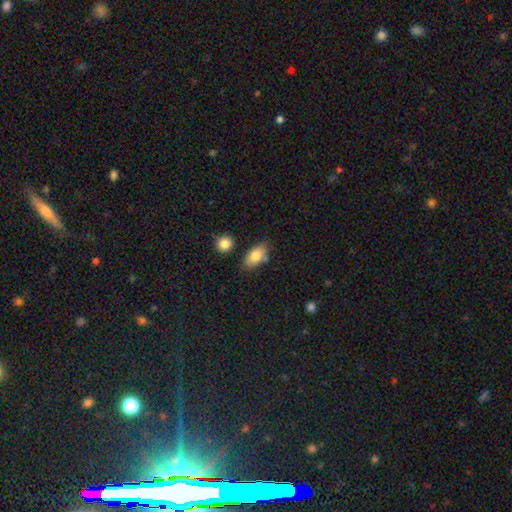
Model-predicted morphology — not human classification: This appears to be a smooth galaxy with no disk features (81%) that is in between round and cigar-shaped (90%). Merging: none (75%).